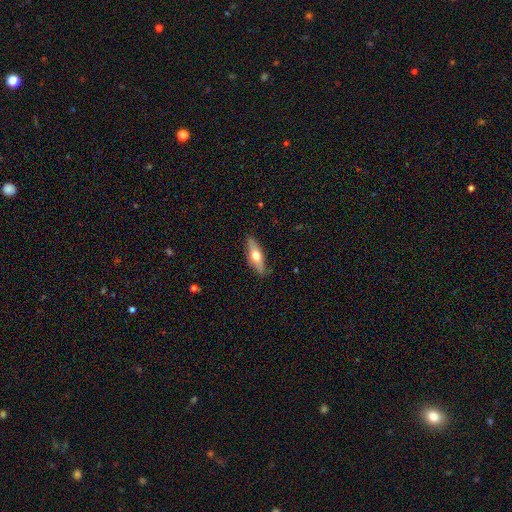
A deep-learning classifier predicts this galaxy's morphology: smooth_or_featured: smooth (p=0.53) [alt: featured or disk p=0.42]
how_rounded: in between (p=0.50) [alt: cigar-shaped p=0.47]
merging: none (p=0.83) [alt: minor disturbance p=0.14]